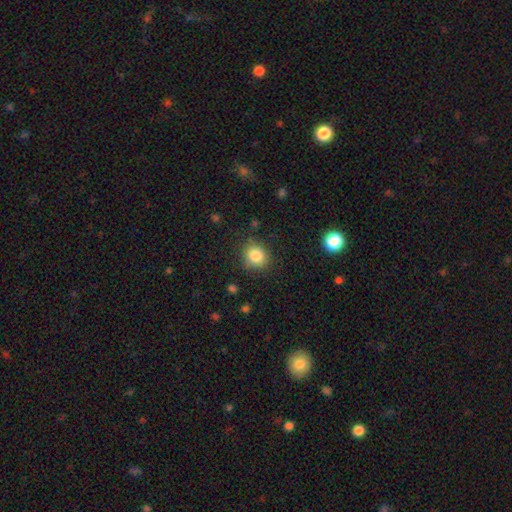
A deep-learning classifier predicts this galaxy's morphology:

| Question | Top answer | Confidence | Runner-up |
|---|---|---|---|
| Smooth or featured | smooth | 84% | star or artifact (11%) |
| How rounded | round | 81% | in between (18%) |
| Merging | none | 82% | minor disturbance (13%) |